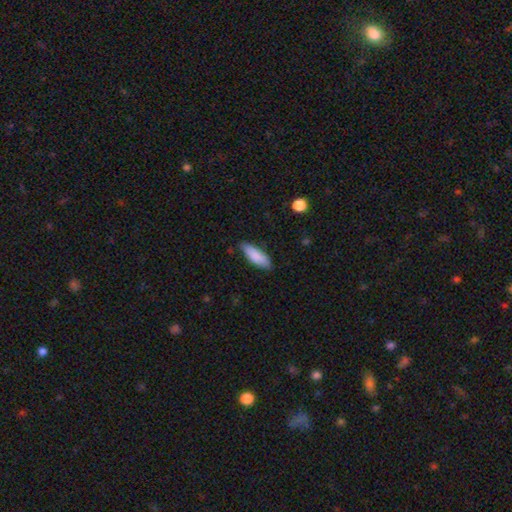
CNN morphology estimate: Overall: smooth (87%). How rounded: in between (60%; cigar-shaped 38%). Merging: none (79%).